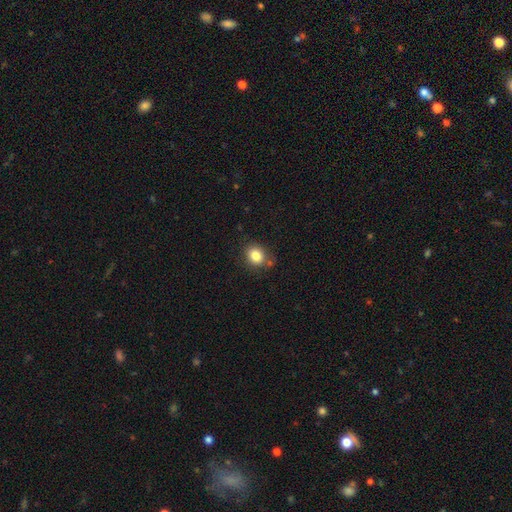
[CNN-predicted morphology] Smooth or featured: smooth — 83% (star or artifact — 10%)
How rounded: round — 63% (in between — 36%)
Merging: none — 77% (minor disturbance — 14%)